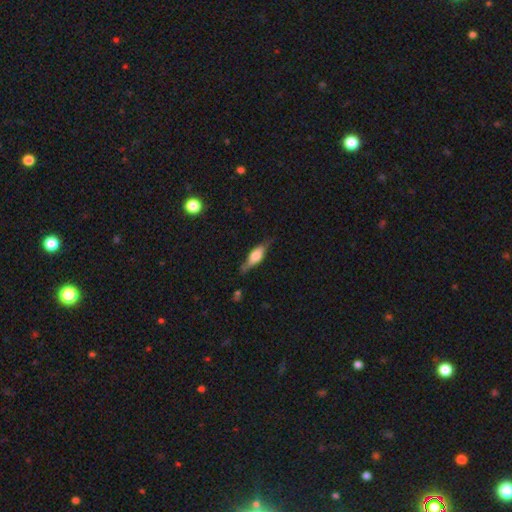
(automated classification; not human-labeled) A smooth galaxy with no disk features (48%). Merging: none (67%).